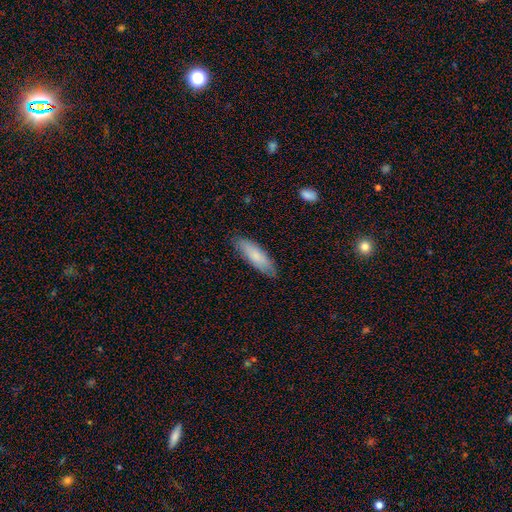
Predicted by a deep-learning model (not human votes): A smooth galaxy with no disk features (78%) that is cigar-shaped (54%).

Vote fractions:
- Smooth or featured? smooth: 78% / featured or disk: 16% / star or artifact: 5%
- How rounded? cigar-shaped: 54% / in between: 44% / round: 2%
- Merging? none: 84% / minor disturbance: 13% / major disturbance: 2% / merger: 1%